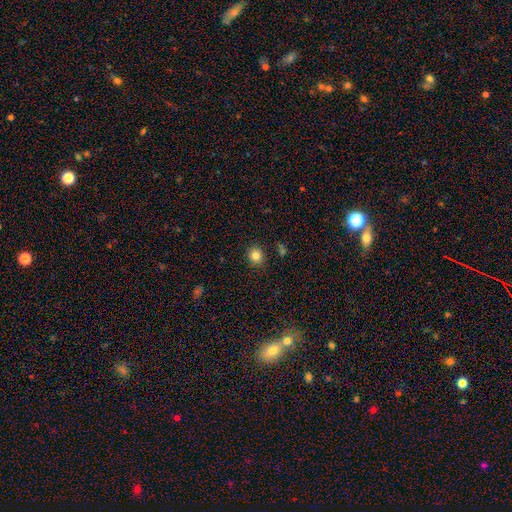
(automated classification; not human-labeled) smooth 83%, star or artifact 12%, featured or disk 5%. Down the decision tree: how rounded — round (84%); merging — none (87%).